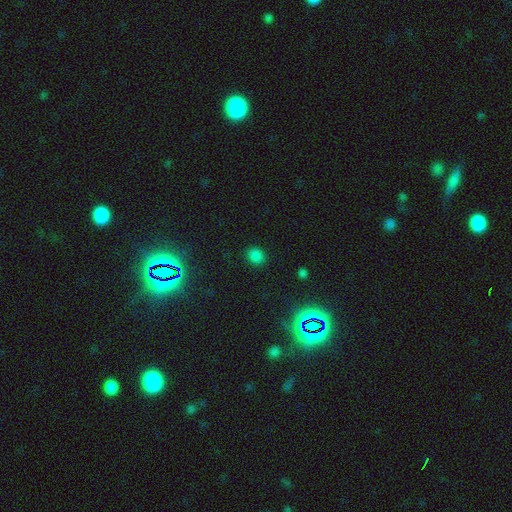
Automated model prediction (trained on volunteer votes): Smooth or featured?
  - smooth: 77% *
  - star or artifact: 19%
  - featured or disk: 4%
How rounded?
  - round: 70% *
  - in between: 28%
  - cigar-shaped: 1%
Merging?
  - none: 88% *
  - minor disturbance: 8%
  - major disturbance: 3%
  - merger: 1%